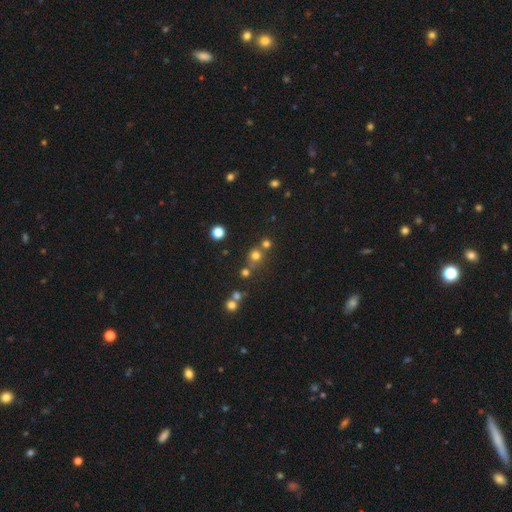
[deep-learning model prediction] This appears to be a smooth galaxy with no disk features (69%) that is round (88%). Merging: none (63%).